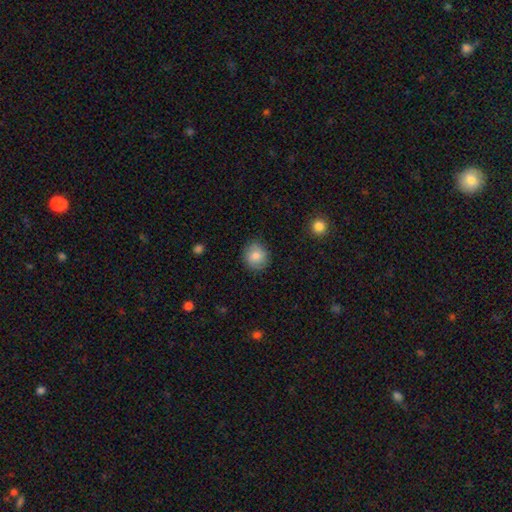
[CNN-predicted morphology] Smooth or featured? Predicted: smooth (p=0.83). How rounded? Predicted: round (p=0.86). Merging? Predicted: none (p=0.85).